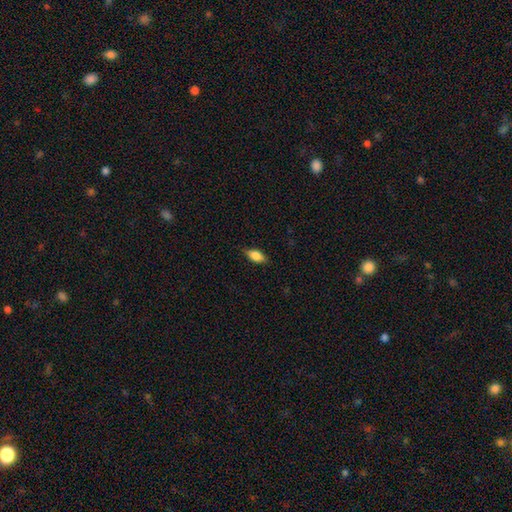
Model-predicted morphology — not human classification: The model was most divided on "smooth or featured": smooth: 79%, featured or disk: 14%, star or artifact: 7%. More confident: how rounded — in between (85%); merging — none (81%).